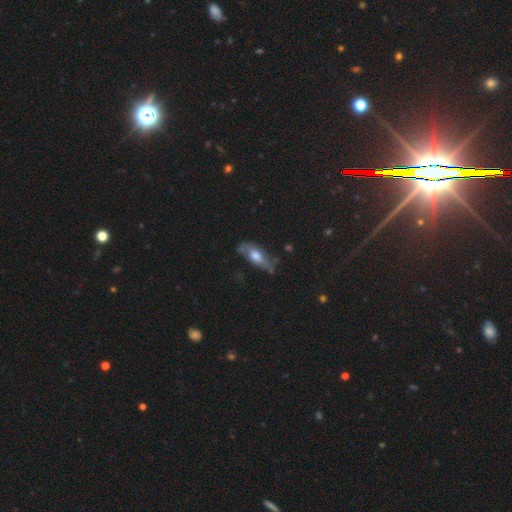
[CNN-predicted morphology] featured or disk 46% (tied), smooth 46% (tied), star or artifact 8%. Down the decision tree: merging — none (58%).